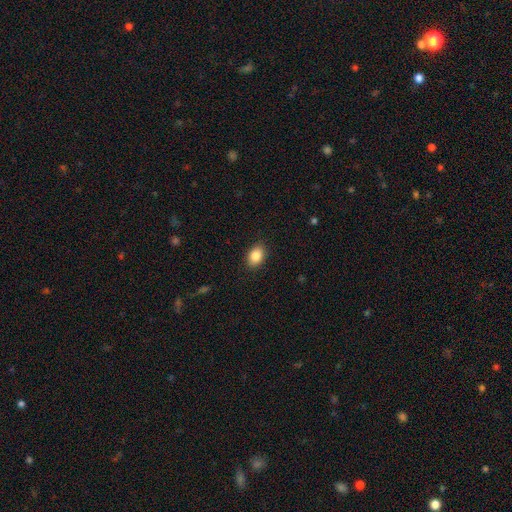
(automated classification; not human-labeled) This appears to be a smooth galaxy with no disk features (86%) that is in between round and cigar-shaped (79%). Merging: none (88%).